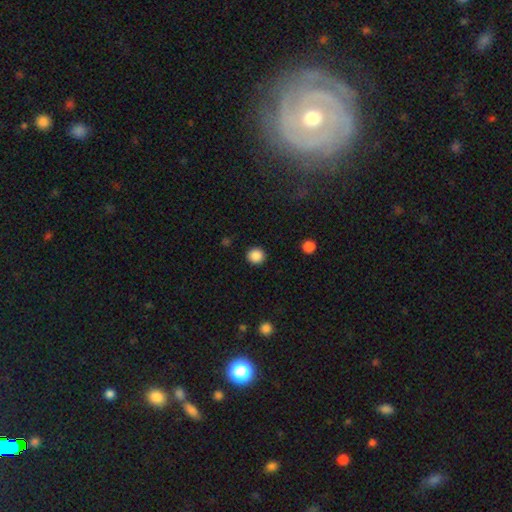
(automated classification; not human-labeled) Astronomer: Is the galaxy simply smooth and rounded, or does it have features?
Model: smooth — 87%.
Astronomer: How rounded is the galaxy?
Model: round — 93%.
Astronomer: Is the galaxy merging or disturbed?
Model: none — 92%.